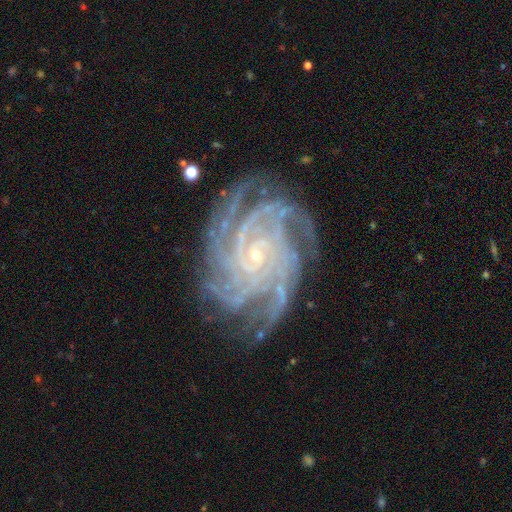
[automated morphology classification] smooth_or_featured: featured or disk (p=0.92) [alt: star or artifact p=0.05]
disk_edge_on: no (p=0.98) [alt: yes p=0.02]
bar: no (p=0.63) [alt: weak p=0.26]
has_spiral_arms: yes (p=0.99) [alt: no p=0.01]
spiral_winding: tight (p=0.75) [alt: medium p=0.22]
spiral_arm_count: more than 4 (p=0.35) [alt: 4 p=0.30]
bulge_size: small (p=0.85) [alt: moderate p=0.11]
merging: none (p=0.77) [alt: minor disturbance p=0.15]